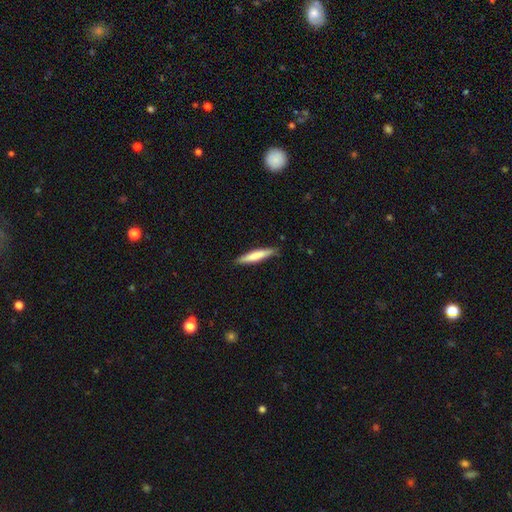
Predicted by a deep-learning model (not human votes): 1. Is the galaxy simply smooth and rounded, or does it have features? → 71% smooth, 24% featured or disk, 5% star or artifact.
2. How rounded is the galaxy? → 91% cigar-shaped, 7% in between, 1% round.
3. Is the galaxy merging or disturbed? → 86% none, 11% minor disturbance, 2% major disturbance, 1% merger.